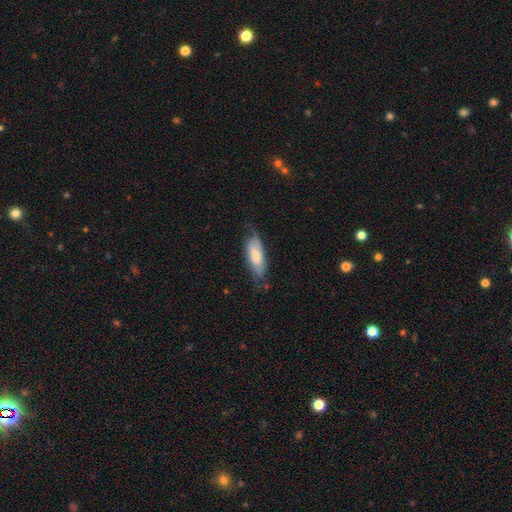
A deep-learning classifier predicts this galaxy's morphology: Q: Smooth or featured?
A: smooth (59%); runner-up: featured or disk (36%)
Q: How rounded?
A: in between (69%); runner-up: cigar-shaped (29%)
Q: Merging?
A: none (57%); runner-up: minor disturbance (31%)